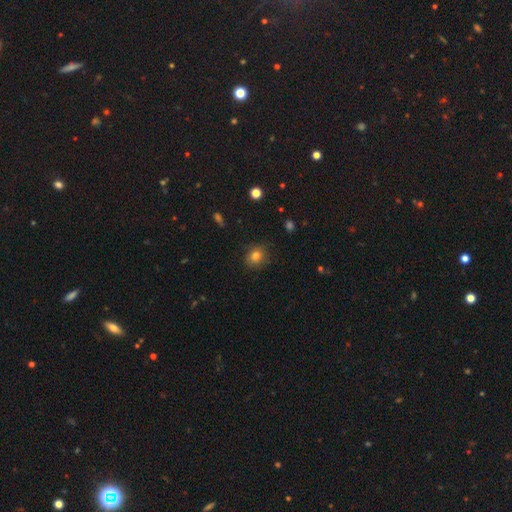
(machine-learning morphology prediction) This appears to be a smooth galaxy with no disk features (80%) that is round (70%). Merging: none (83%).